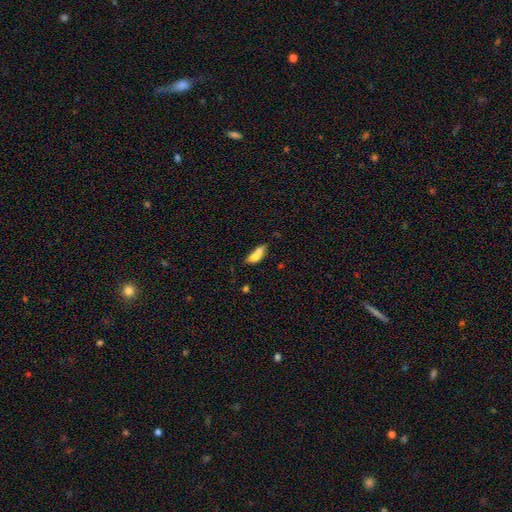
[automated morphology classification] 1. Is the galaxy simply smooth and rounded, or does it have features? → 68% smooth, 23% featured or disk, 9% star or artifact.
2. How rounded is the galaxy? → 72% in between, 21% cigar-shaped, 7% round.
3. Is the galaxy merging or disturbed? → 52% merger, 27% none, 14% minor disturbance, 7% major disturbance.